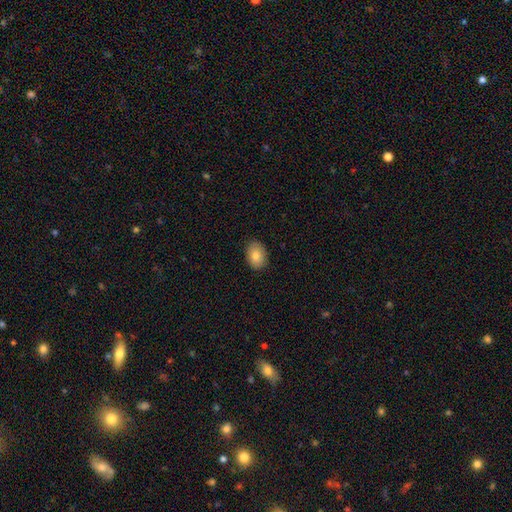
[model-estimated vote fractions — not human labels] Smooth or featured? Predicted: smooth (p=0.81). How rounded? Predicted: in between (p=0.78). Merging? Predicted: none (p=0.88).